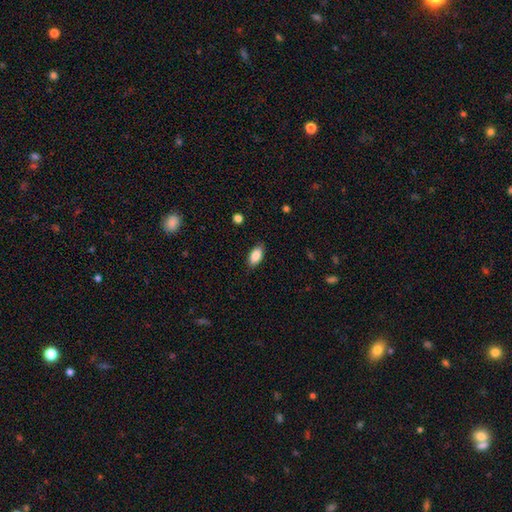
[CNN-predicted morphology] A smooth galaxy with no disk features (88%) that is in between round and cigar-shaped (92%). Merging: none (84%).